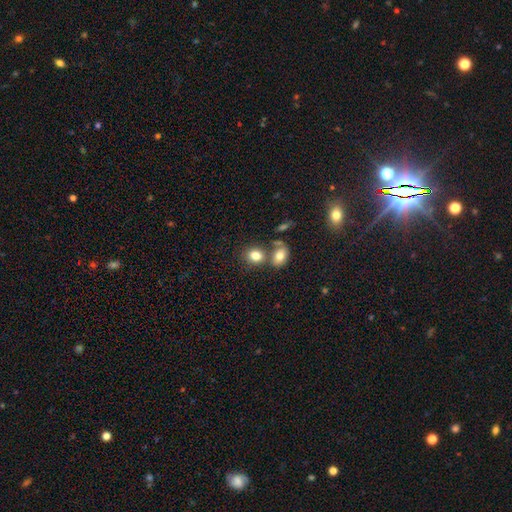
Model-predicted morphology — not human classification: Smooth or featured: smooth — 80% (star or artifact — 10%)
How rounded: round — 51% (in between — 48%)
Merging: none — 56% (merger — 30%)